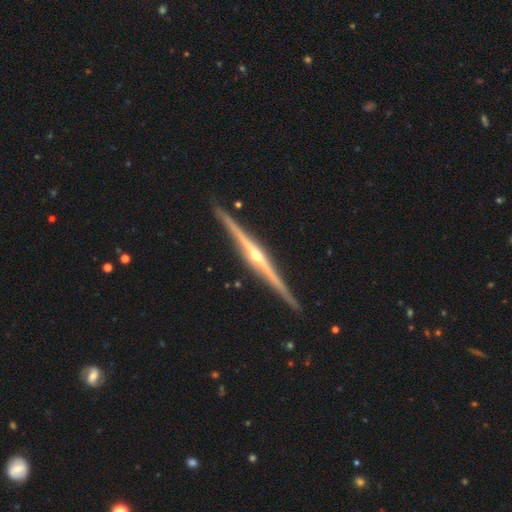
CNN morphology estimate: A featured or disk galaxy (89%) viewed edge-on (99%) with a rounded central bulge (90%).

Vote fractions:
- Smooth or featured? featured or disk: 89% / smooth: 6% / star or artifact: 4%
- Edge-on disk? yes: 99% / no: 1%
- Edge-on bulge? rounded: 90% / none: 7% / boxy: 3%
- Merging? none: 91% / minor disturbance: 6% / major disturbance: 1% / merger: 1%